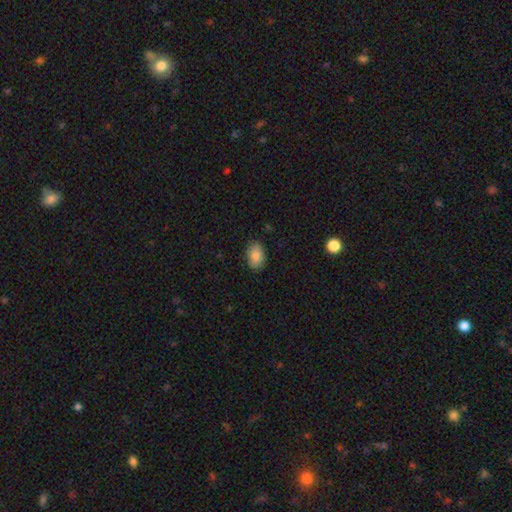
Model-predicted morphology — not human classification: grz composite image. It shows a smooth galaxy with no disk features (86%) that is in between round and cigar-shaped (90%). Merging: none (85%).